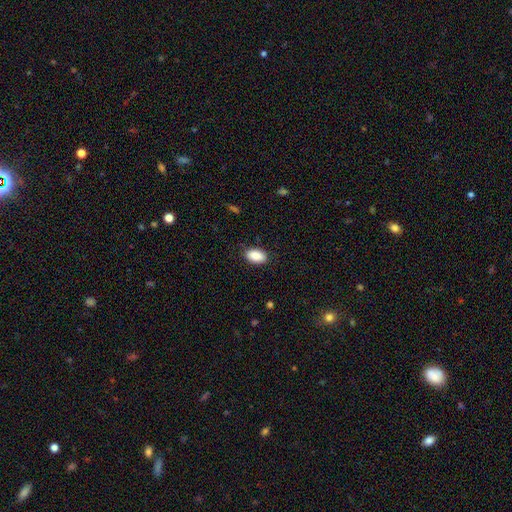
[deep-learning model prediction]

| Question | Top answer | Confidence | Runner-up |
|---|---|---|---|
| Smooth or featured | smooth | 89% | star or artifact (7%) |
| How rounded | in between | 94% | round (5%) |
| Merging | none | 87% | minor disturbance (10%) |